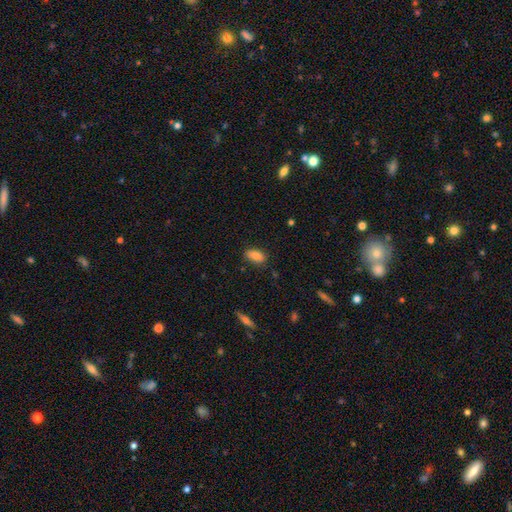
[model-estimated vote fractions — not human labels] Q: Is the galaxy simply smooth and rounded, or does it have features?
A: smooth — 85%.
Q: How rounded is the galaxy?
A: in between — 88%.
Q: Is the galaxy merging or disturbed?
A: none — 82%.